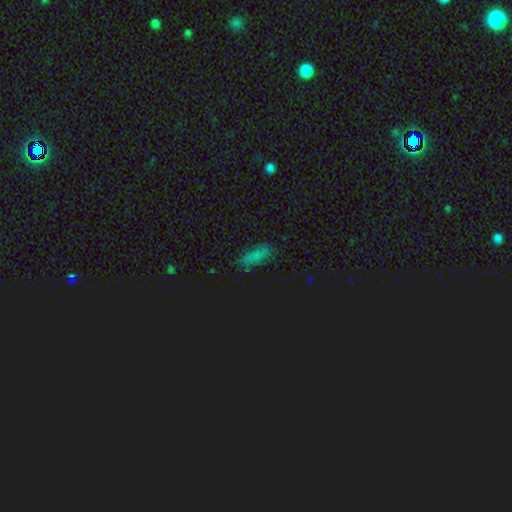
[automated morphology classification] The model was most divided on "smooth or featured": smooth: 66%, star or artifact: 24%, featured or disk: 10%. More confident: how rounded — in between (71%); merging — none (70%).